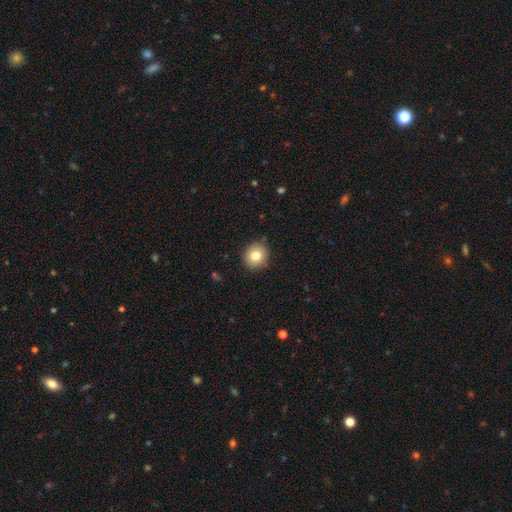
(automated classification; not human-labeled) This is clearly a smooth galaxy (81%). How rounded: clearly round (84%). Merging: clearly none (89%).